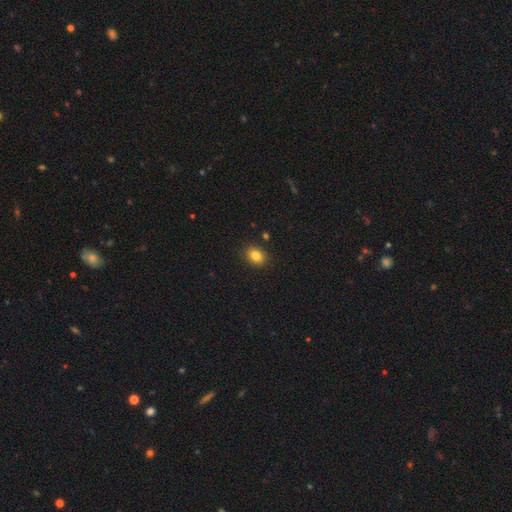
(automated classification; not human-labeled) The model was most divided on "how rounded": in between: 57%, round: 42%, cigar-shaped: 1%. More confident: merging — none (89%); smooth or featured — smooth (84%).